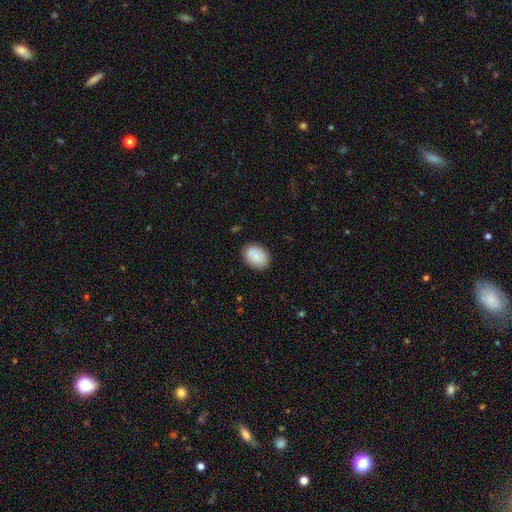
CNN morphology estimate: smooth_or_featured: smooth (p=0.82) [alt: featured or disk p=0.11]
how_rounded: in between (p=0.72) [alt: round p=0.27]
merging: none (p=0.81) [alt: minor disturbance p=0.13]